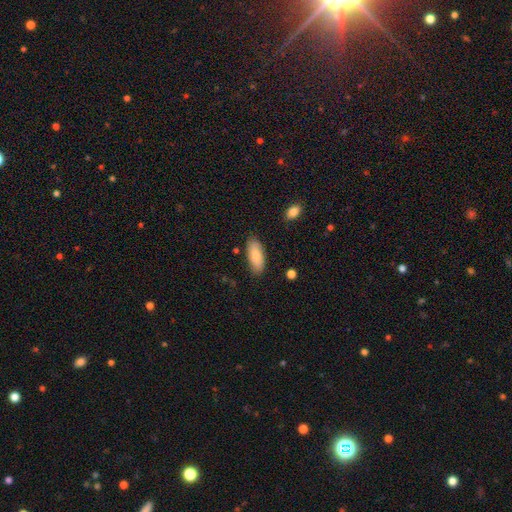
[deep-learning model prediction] The model was most divided on "how rounded": in between: 83%, cigar-shaped: 15%, round: 2%. More confident: smooth or featured — smooth (84%); merging — none (83%).